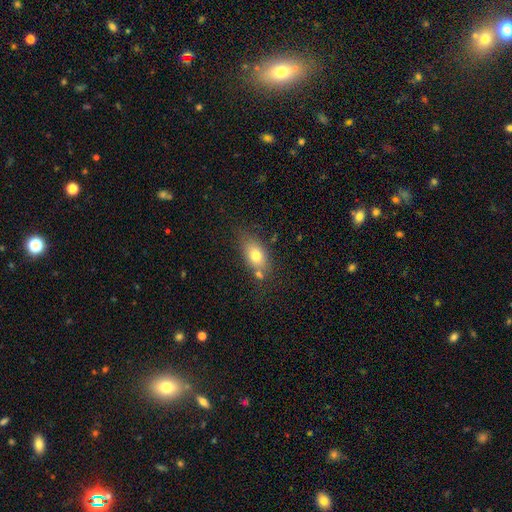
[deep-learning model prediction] Overall: smooth (74%). How rounded: in between (83%). Merging: none (66%).